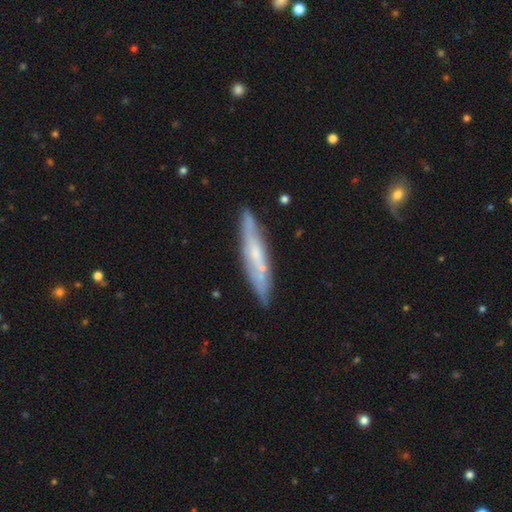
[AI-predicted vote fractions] Smooth or featured? featured or disk (61%)
Edge-on disk? yes (67%)
Merging? none (79%)